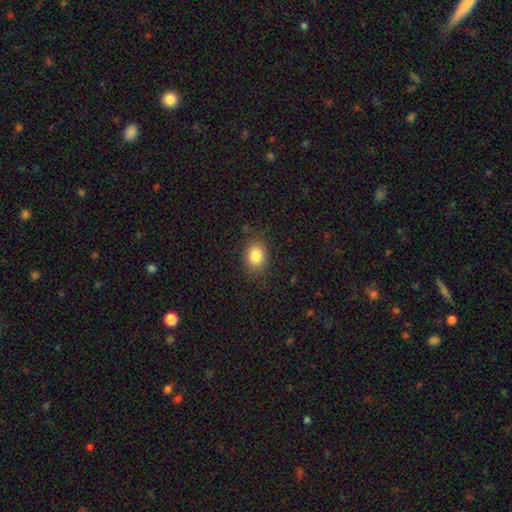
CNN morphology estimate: A smooth galaxy with no disk features (85%) that is in between round and cigar-shaped (58%). Merging: none (85%).